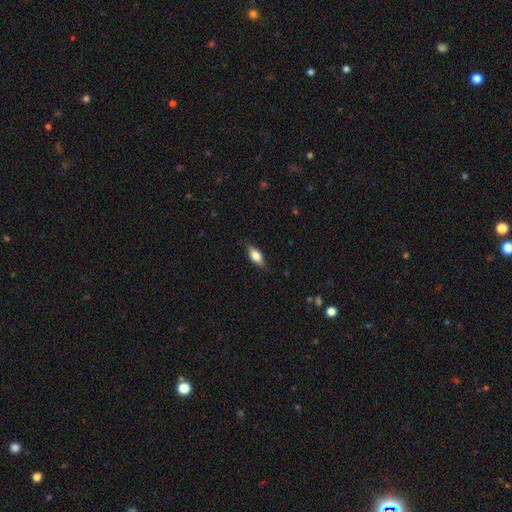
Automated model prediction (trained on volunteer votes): This is likely a smooth galaxy (72%). How rounded: clearly in between (81%). Merging: clearly none (81%).